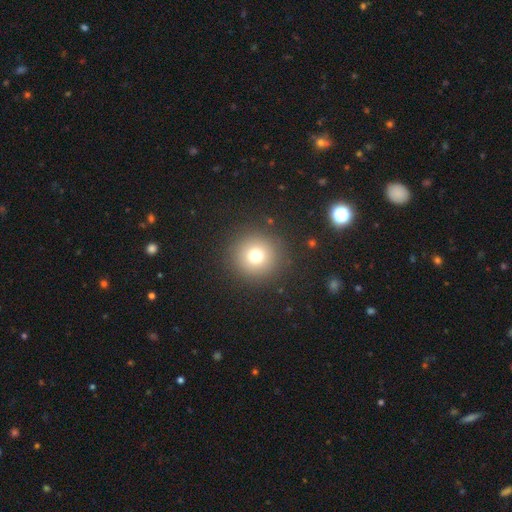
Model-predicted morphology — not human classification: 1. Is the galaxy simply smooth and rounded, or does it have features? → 74% smooth, 16% star or artifact, 10% featured or disk.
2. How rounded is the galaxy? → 95% round, 4% in between, 1% cigar-shaped.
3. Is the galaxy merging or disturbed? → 90% none, 6% minor disturbance, 3% major disturbance, 1% merger.